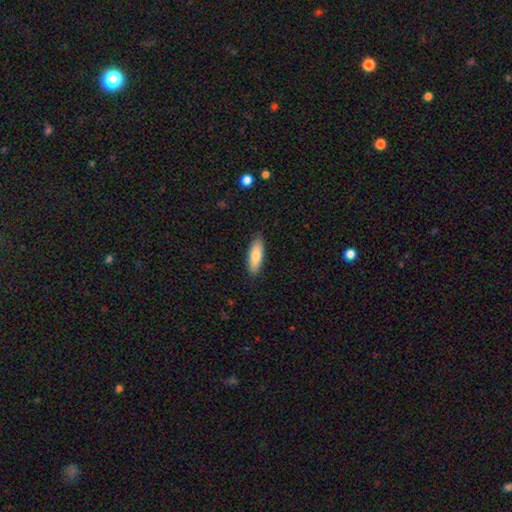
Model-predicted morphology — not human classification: This appears to be a smooth galaxy with no disk features (80%) that is in between round and cigar-shaped (60%). Merging: none (86%).